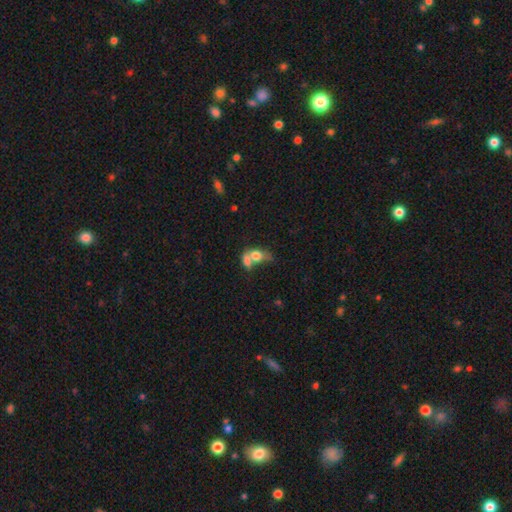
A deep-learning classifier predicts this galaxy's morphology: Smooth or featured? smooth (71%)
How rounded? in between (72%)
Merging? merger (68%)